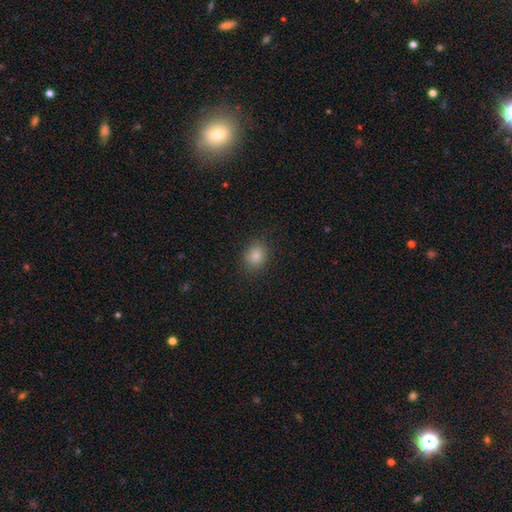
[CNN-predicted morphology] Smooth or featured?
  - smooth: 85% *
  - star or artifact: 10%
  - featured or disk: 5%
How rounded?
  - round: 56% *
  - in between: 44%
  - cigar-shaped: 1%
Merging?
  - none: 86% *
  - minor disturbance: 9%
  - major disturbance: 3%
  - merger: 1%